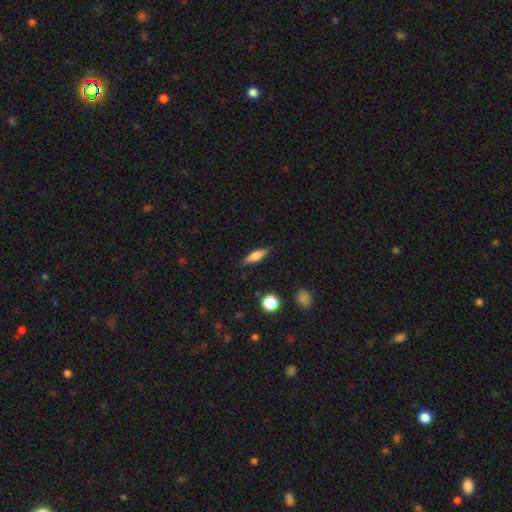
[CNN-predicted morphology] A smooth galaxy with no disk features (64%) that is cigar-shaped (58%).

Vote fractions:
- Smooth or featured? smooth: 64% / featured or disk: 29% / star or artifact: 8%
- How rounded? cigar-shaped: 58% / in between: 38% / round: 3%
- Merging? none: 85% / minor disturbance: 11% / major disturbance: 2% / merger: 1%